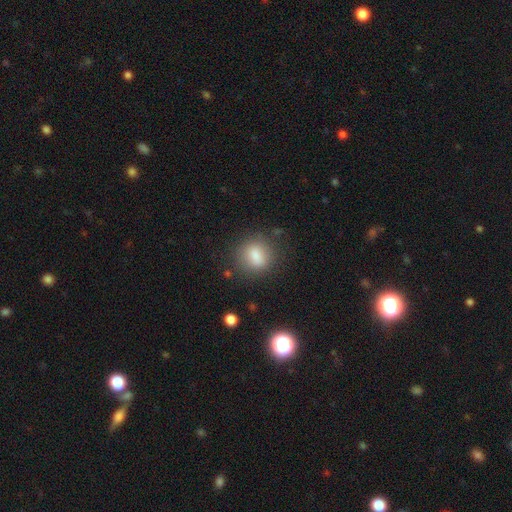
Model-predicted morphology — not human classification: The model was most divided on "how rounded": round: 70%, in between: 28%, cigar-shaped: 2%. More confident: smooth or featured — smooth (81%); merging — none (78%).